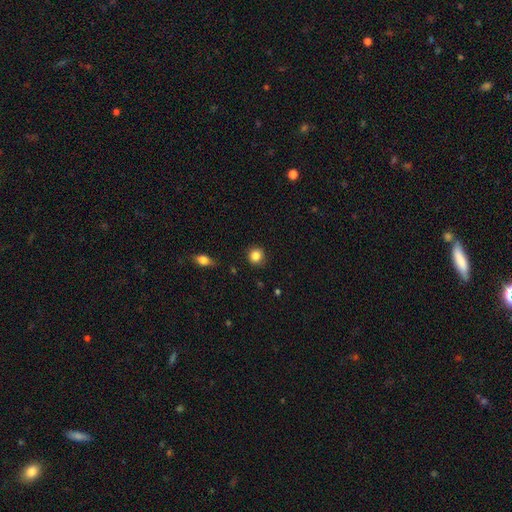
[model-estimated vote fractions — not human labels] Q: Smooth or featured?
A: smooth (85%); runner-up: star or artifact (10%)
Q: How rounded?
A: round (89%); runner-up: in between (10%)
Q: Merging?
A: none (89%); runner-up: minor disturbance (7%)